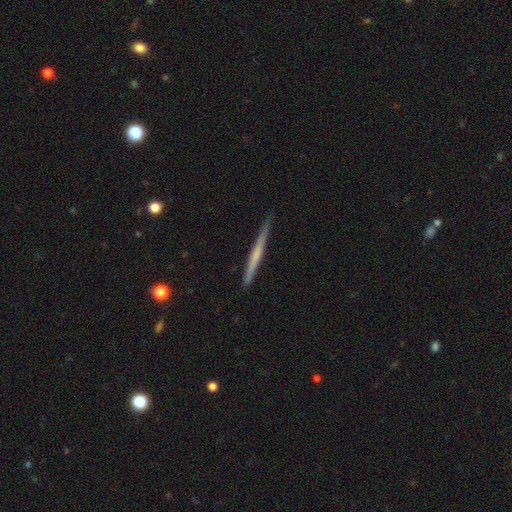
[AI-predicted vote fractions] featured or disk 56%, smooth 39%, star or artifact 6%. Down the decision tree: edge-on disk — yes (98%); edge-on bulge — none (69%); merging — none (90%).